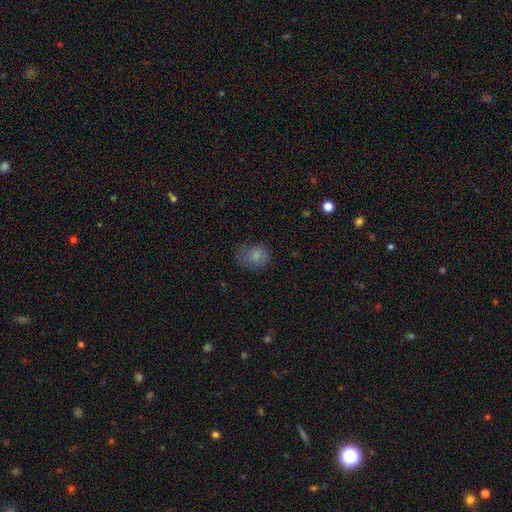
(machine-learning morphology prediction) Q: Smooth or featured?
A: smooth (76%); runner-up: featured or disk (13%)
Q: How rounded?
A: round (56%); runner-up: in between (43%)
Q: Merging?
A: none (57%); runner-up: minor disturbance (27%)